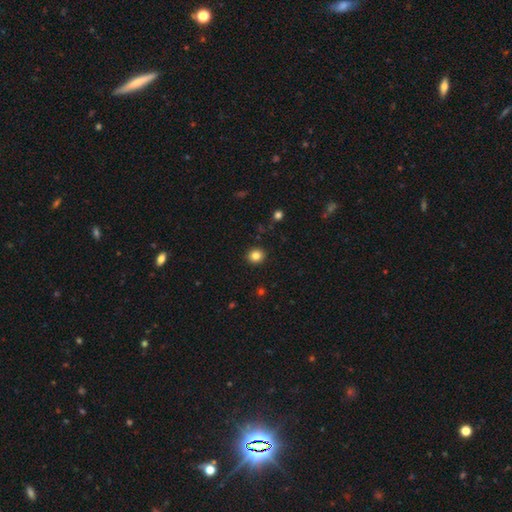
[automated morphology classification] smooth-or-featured: smooth: 84% | star or artifact: 11% | featured or disk: 5%
  how-rounded: round: 85% | in between: 14% | cigar-shaped: 1%
  merging: none: 92% | minor disturbance: 6% | major disturbance: 2% | merger: 1%